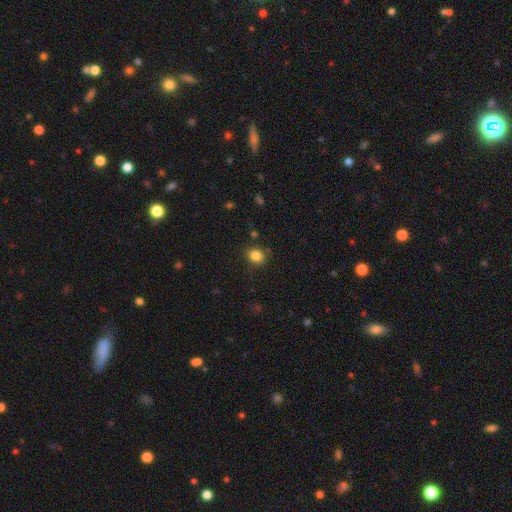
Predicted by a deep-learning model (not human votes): A smooth galaxy with no disk features (84%) that is round (73%).

Vote fractions:
- Smooth or featured? smooth: 84% / star or artifact: 11% / featured or disk: 5%
- How rounded? round: 73% / in between: 26% / cigar-shaped: 1%
- Merging? none: 81% / minor disturbance: 13% / major disturbance: 4% / merger: 2%